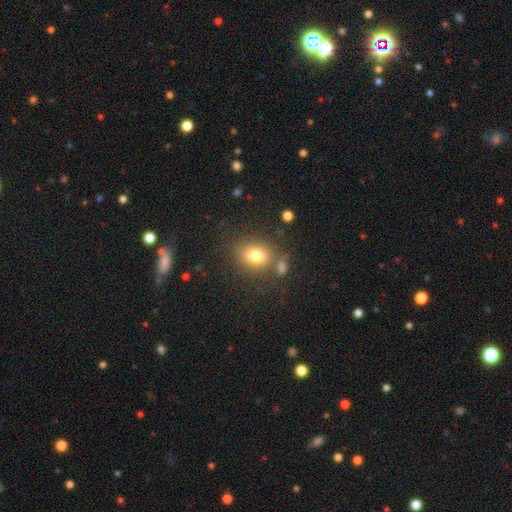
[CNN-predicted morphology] A smooth galaxy with no disk features (78%) that is round (51%). Merging: none (72%).